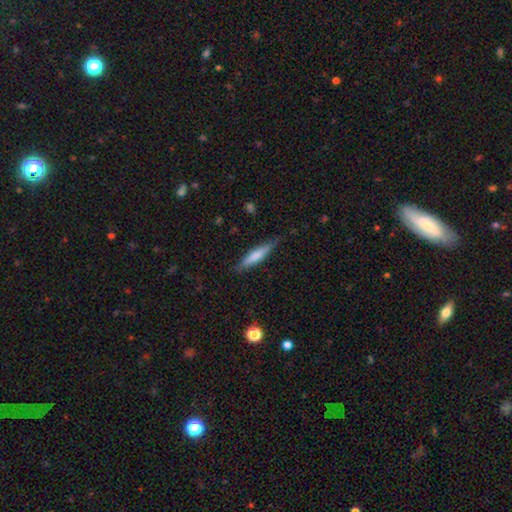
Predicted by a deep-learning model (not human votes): The model was most divided on "smooth or featured": smooth: 69%, featured or disk: 26%, star or artifact: 6%. More confident: how rounded — cigar-shaped (84%); merging — none (79%).